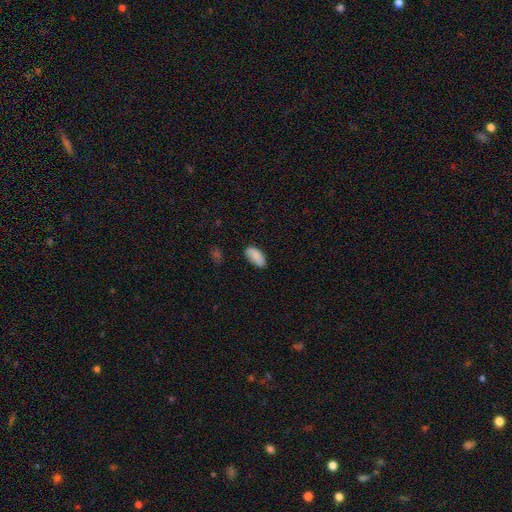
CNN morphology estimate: Overall: smooth (88%). How rounded: in between (93%). Merging: none (77%).